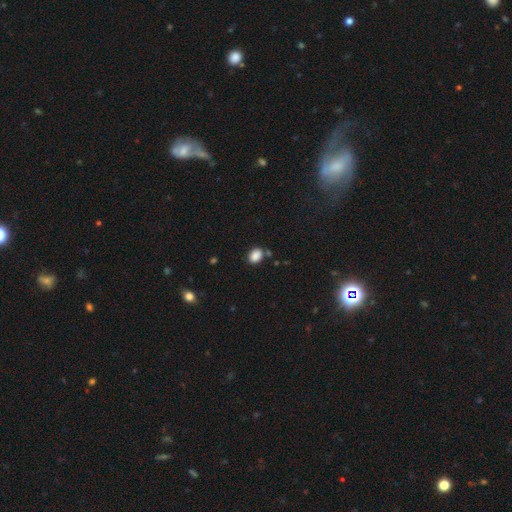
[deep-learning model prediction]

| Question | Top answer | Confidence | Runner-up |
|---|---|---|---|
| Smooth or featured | smooth | 87% | star or artifact (9%) |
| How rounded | in between | 69% | round (30%) |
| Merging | none | 74% | minor disturbance (15%) |